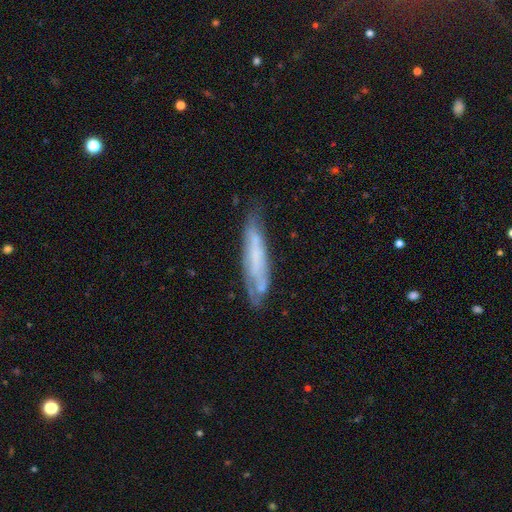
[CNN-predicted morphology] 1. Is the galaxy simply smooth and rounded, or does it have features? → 50% featured or disk, 42% smooth, 8% star or artifact.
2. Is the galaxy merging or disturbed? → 65% none, 24% minor disturbance, 8% major disturbance, 3% merger.